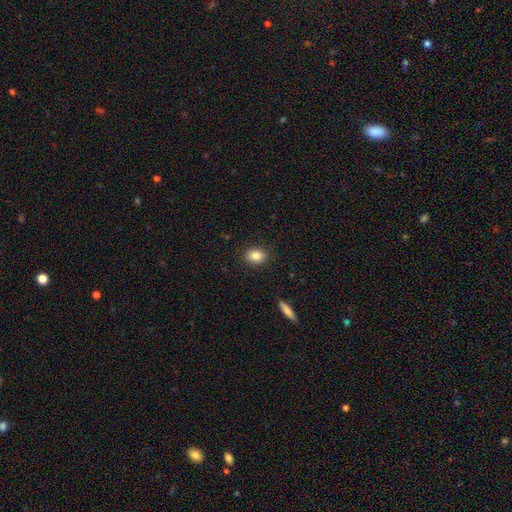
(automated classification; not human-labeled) Smooth or featured?
  - smooth: 85% *
  - star or artifact: 9%
  - featured or disk: 6%
How rounded?
  - in between: 63% *
  - round: 36%
  - cigar-shaped: 1%
Merging?
  - none: 89% *
  - minor disturbance: 8%
  - major disturbance: 2%
  - merger: 1%